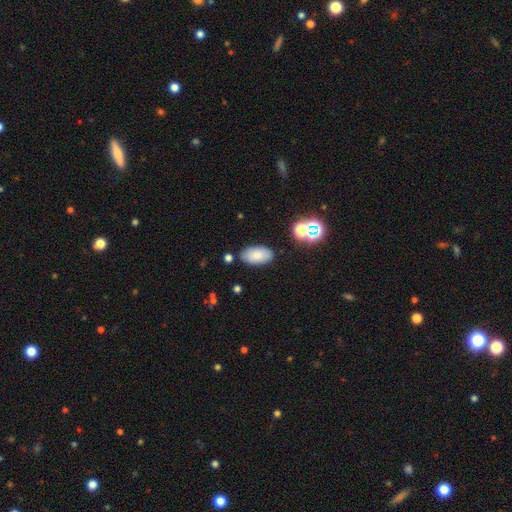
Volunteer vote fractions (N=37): smooth_or_featured: smooth (p=0.81) [alt: featured or disk p=0.16]
how_rounded: in between (p=0.97) [alt: cigar-shaped p=0.03]
merging: none (p=0.83) [alt: minor disturbance p=0.08]